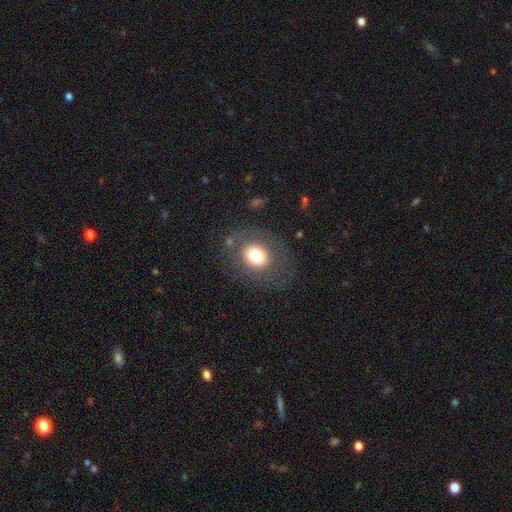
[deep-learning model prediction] smooth_or_featured: smooth (p=0.69) [alt: featured or disk p=0.21]
how_rounded: round (p=0.54) [alt: in between p=0.45]
merging: none (p=0.77) [alt: minor disturbance p=0.12]